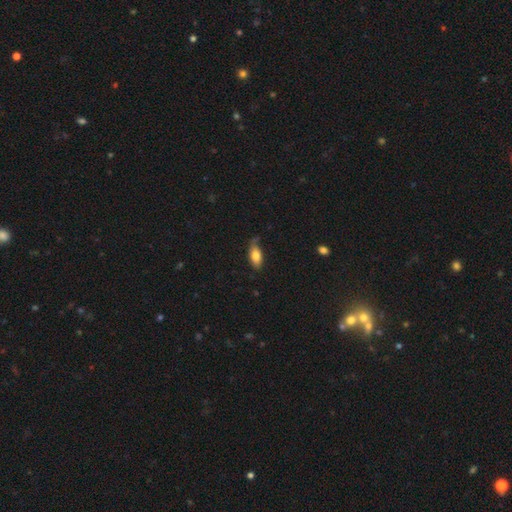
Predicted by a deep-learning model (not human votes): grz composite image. It shows a smooth galaxy with no disk features (77%) that is in between round and cigar-shaped (87%). Merging: none (62%).